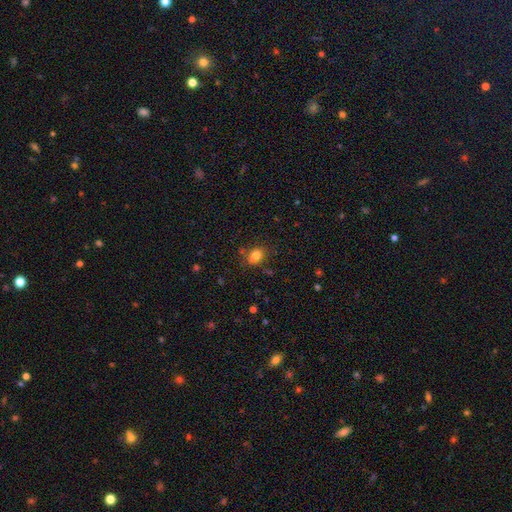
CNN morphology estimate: Overall: smooth (80%). How rounded: in between (71%). Merging: none (71%).